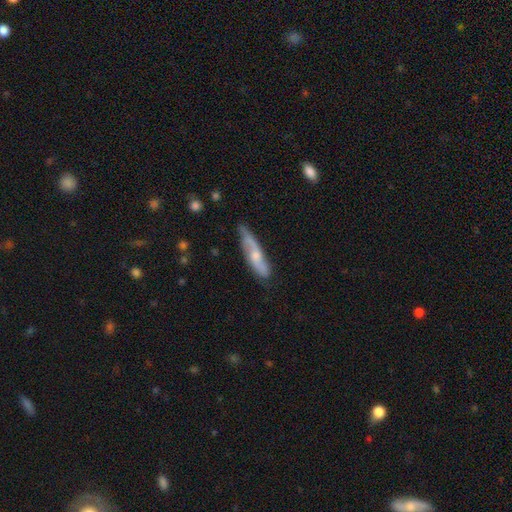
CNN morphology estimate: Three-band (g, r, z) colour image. It shows a featured or disk galaxy (56%). Merging: none (67%).